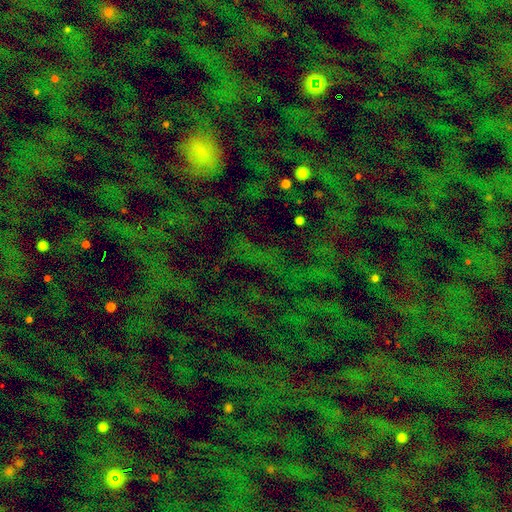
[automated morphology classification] This is likely a star or artifact rather than a galaxy (69%).